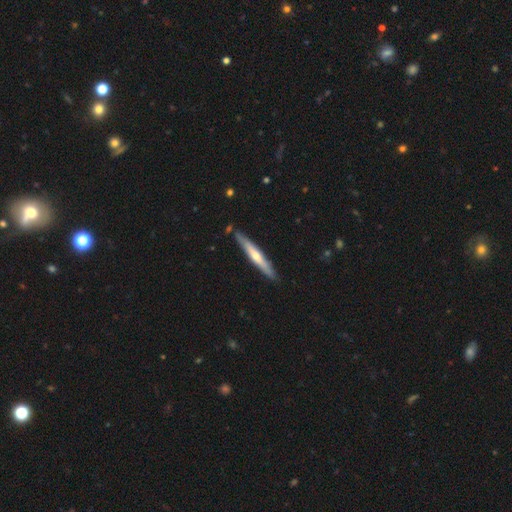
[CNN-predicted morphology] Overall: featured or disk (56%; smooth 39%). Edge-on disk: yes (94%). Edge-on bulge: rounded (73%). Merging: none (87%).